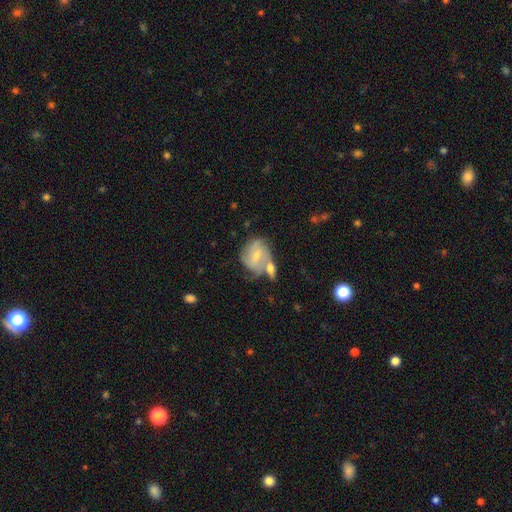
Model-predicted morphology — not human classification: type=featured or disk (55%); edge-on=no (96%); bar=no (56%); spiral arms=yes (78%); bulge=small (62%); merging=merger (38%).